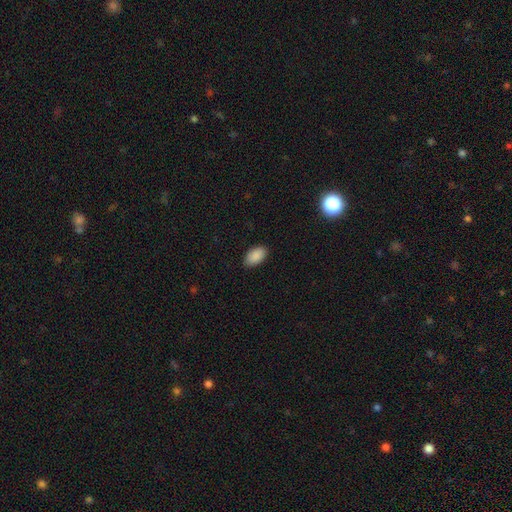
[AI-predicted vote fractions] Smooth or featured? smooth (89%)
How rounded? in between (95%)
Merging? none (87%)